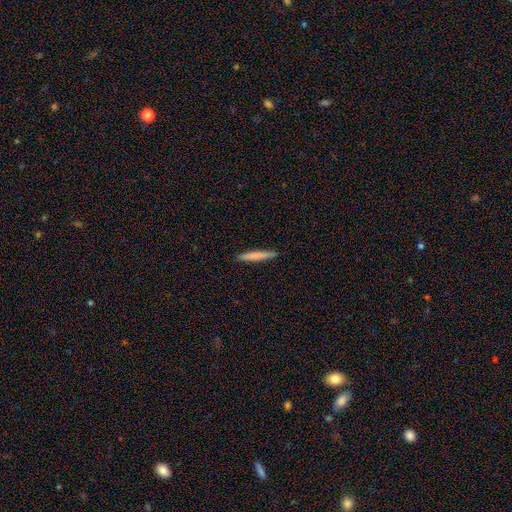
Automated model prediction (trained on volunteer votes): smooth_or_featured: smooth (p=0.76) [alt: featured or disk p=0.19]
how_rounded: cigar-shaped (p=0.96) [alt: in between p=0.03]
merging: none (p=0.91) [alt: minor disturbance p=0.06]